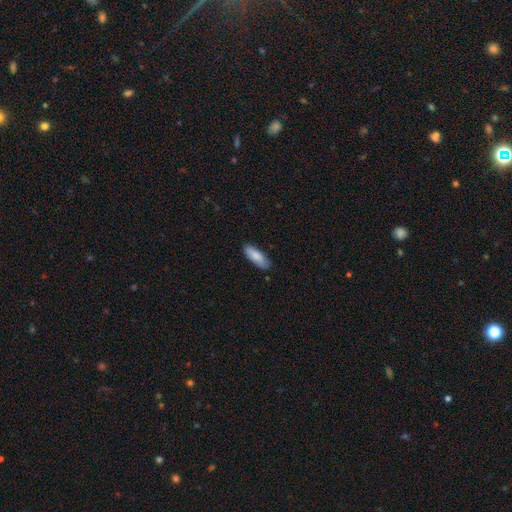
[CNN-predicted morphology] Smooth or featured? smooth (85%)
How rounded? in between (61%)
Merging? none (83%)